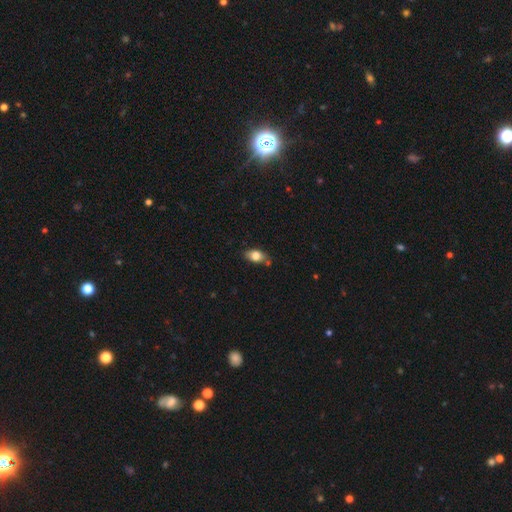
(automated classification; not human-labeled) A smooth galaxy with no disk features (80%) that is in between round and cigar-shaped (86%). Merging: none (72%).